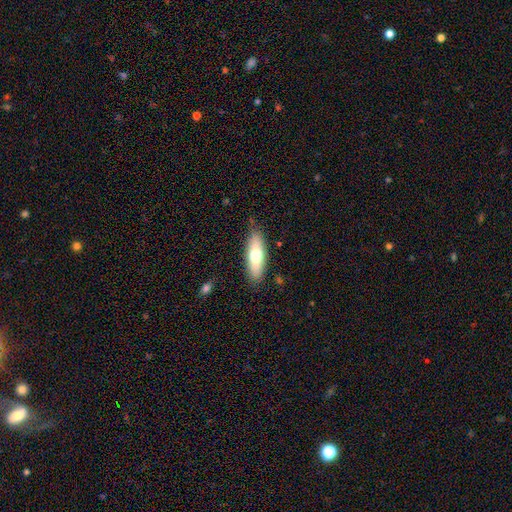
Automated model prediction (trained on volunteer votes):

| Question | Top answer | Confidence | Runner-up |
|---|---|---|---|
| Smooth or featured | smooth | 66% | featured or disk (28%) |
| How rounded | in between | 61% | cigar-shaped (37%) |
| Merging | none | 84% | minor disturbance (13%) |